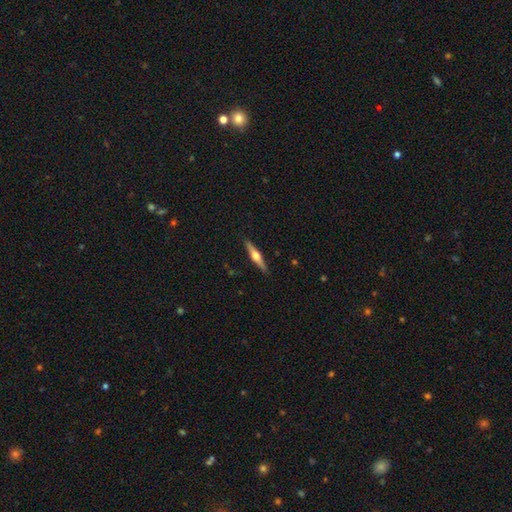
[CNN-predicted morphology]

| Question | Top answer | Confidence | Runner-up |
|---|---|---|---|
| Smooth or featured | featured or disk | 70% | smooth (25%) |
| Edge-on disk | yes | 98% | no (2%) |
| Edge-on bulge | rounded | 95% | boxy (3%) |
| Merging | none | 91% | minor disturbance (7%) |